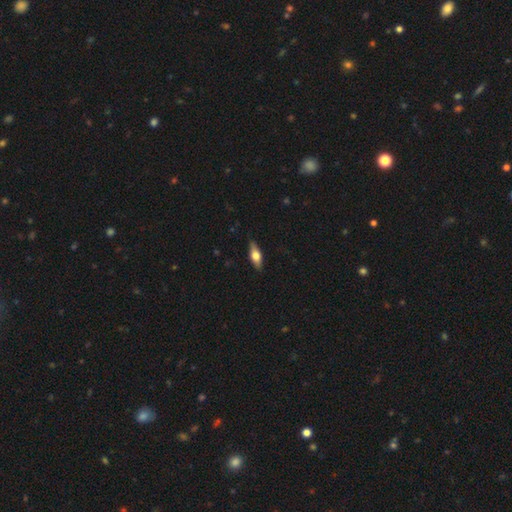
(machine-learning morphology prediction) Smooth or featured? smooth (49%)
Merging? none (87%)